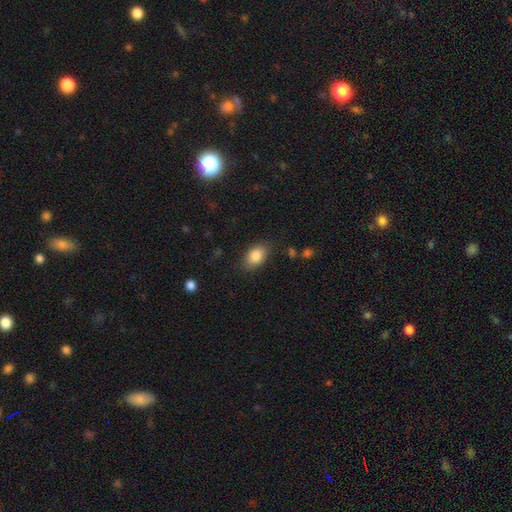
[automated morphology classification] Smooth or featured? Predicted: smooth (p=0.85). How rounded? Predicted: in between (p=0.87). Merging? Predicted: none (p=0.82).